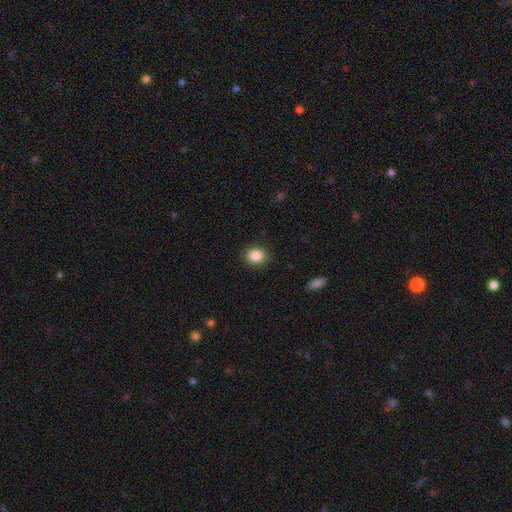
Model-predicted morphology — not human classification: Overall: smooth (86%). How rounded: round (61%; in between 38%). Merging: none (89%).